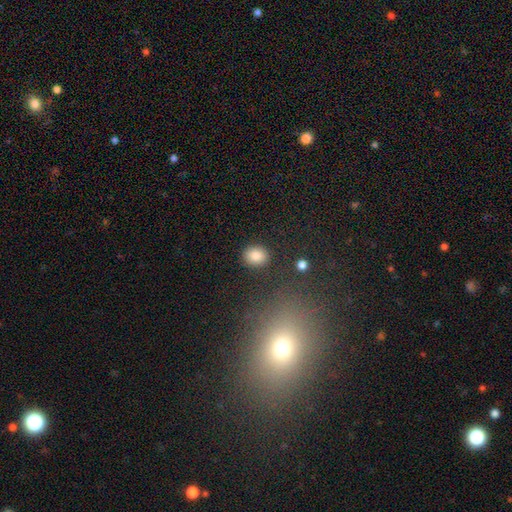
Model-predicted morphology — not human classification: Q: Smooth or featured?
A: smooth (86%); runner-up: star or artifact (9%)
Q: How rounded?
A: round (62%); runner-up: in between (37%)
Q: Merging?
A: none (87%); runner-up: minor disturbance (8%)